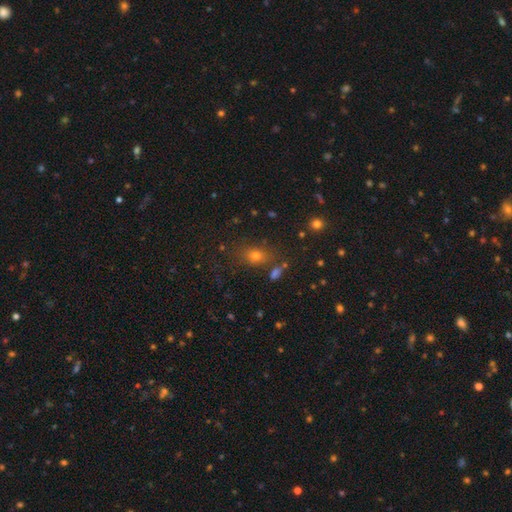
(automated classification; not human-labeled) A smooth galaxy with no disk features (67%) that is in between round and cigar-shaped (55%). Merging: none (74%).